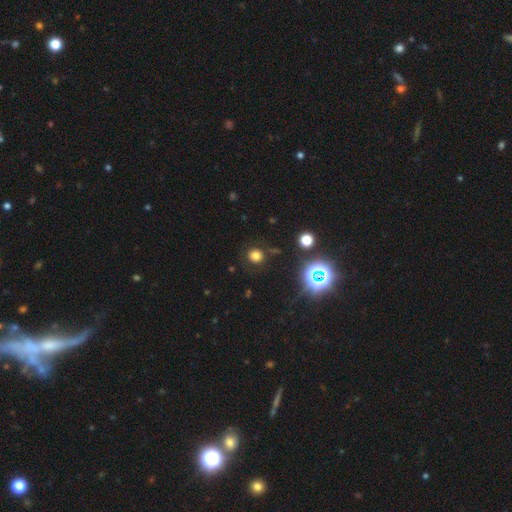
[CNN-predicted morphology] A smooth galaxy with no disk features (70%) that is round (89%). Merging: none (84%).